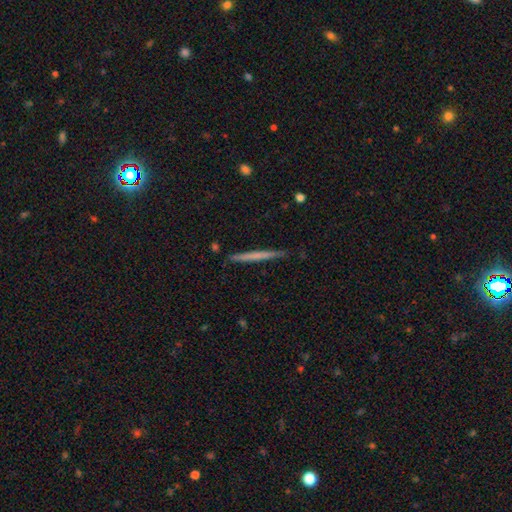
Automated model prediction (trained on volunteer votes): The model was most divided on "smooth or featured": smooth: 55%, featured or disk: 39%, star or artifact: 5%. More confident: how rounded — cigar-shaped (97%); merging — none (90%).